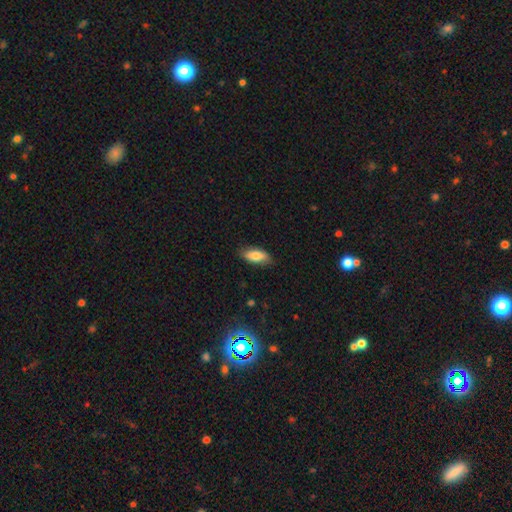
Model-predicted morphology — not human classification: Smooth or featured: smooth — 79% (featured or disk — 14%)
How rounded: in between — 83% (cigar-shaped — 15%)
Merging: none — 81% (minor disturbance — 15%)